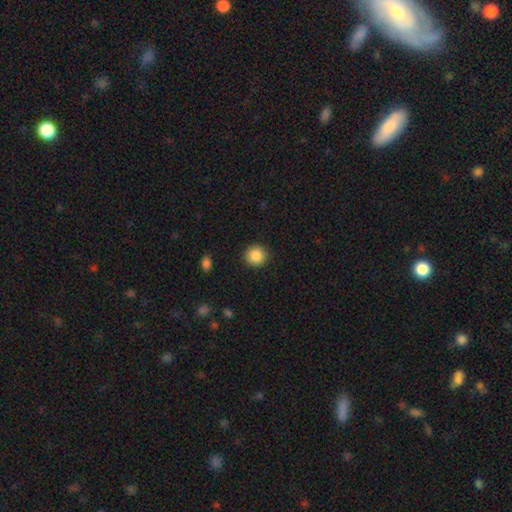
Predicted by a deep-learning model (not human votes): Overall: smooth (87%). How rounded: round (92%). Merging: none (91%).